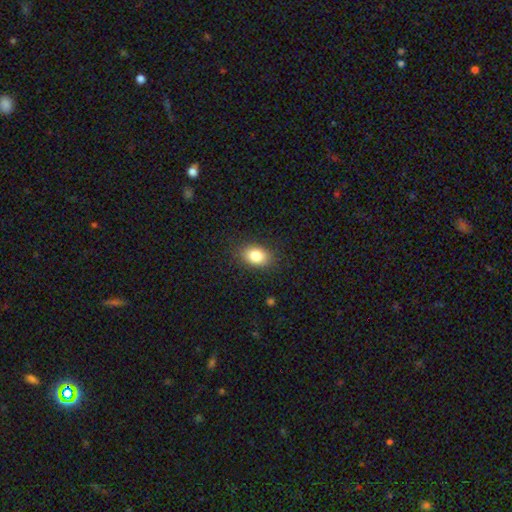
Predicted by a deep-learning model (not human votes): smooth 83%, star or artifact 9%, featured or disk 8%. Down the decision tree: how rounded — in between (79%); merging — none (85%).